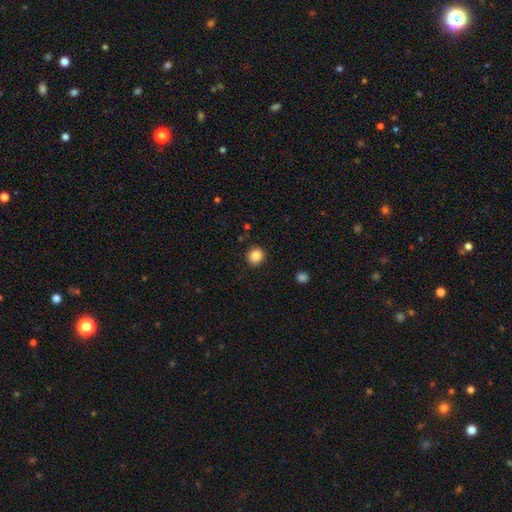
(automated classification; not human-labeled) smooth-or-featured: smooth: 87% | star or artifact: 10% | featured or disk: 3%
  how-rounded: round: 84% | in between: 16% | cigar-shaped: 1%
  merging: none: 88% | minor disturbance: 8% | major disturbance: 3% | merger: 1%